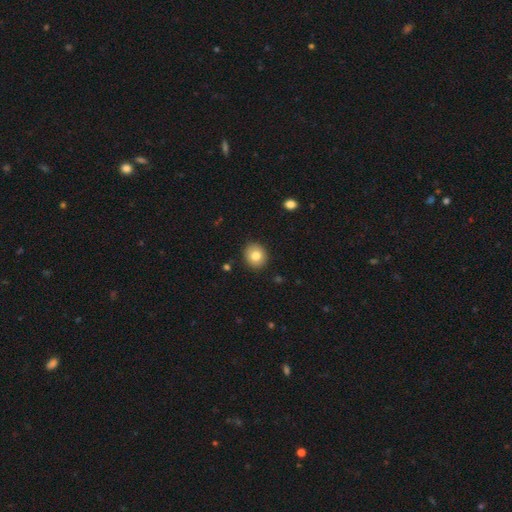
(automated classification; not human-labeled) Smooth or featured: smooth — 80% (featured or disk — 11%)
How rounded: round — 81% (in between — 18%)
Merging: none — 91% (minor disturbance — 6%)